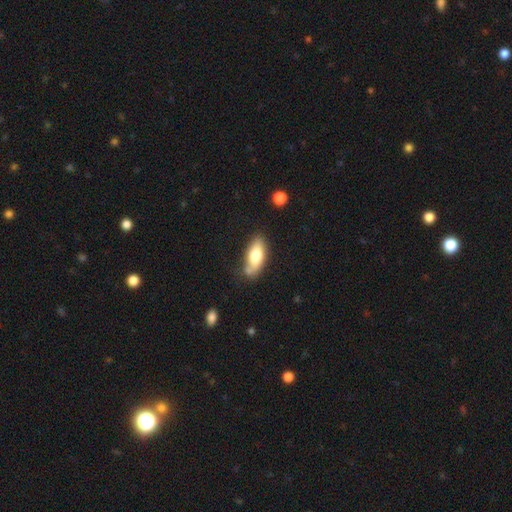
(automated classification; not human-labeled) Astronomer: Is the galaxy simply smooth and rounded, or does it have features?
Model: smooth — 74%.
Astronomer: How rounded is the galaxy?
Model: in between — 83%.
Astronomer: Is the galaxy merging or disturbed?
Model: none — 63%.